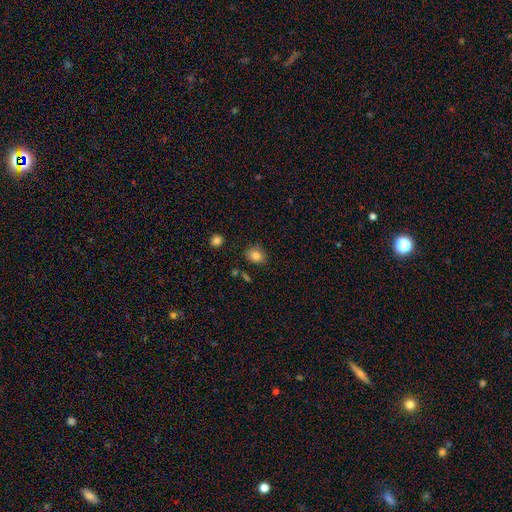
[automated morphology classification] Smooth or featured? Predicted: smooth (p=0.83). How rounded? Predicted: round (p=0.55). Merging? Predicted: none (p=0.78).